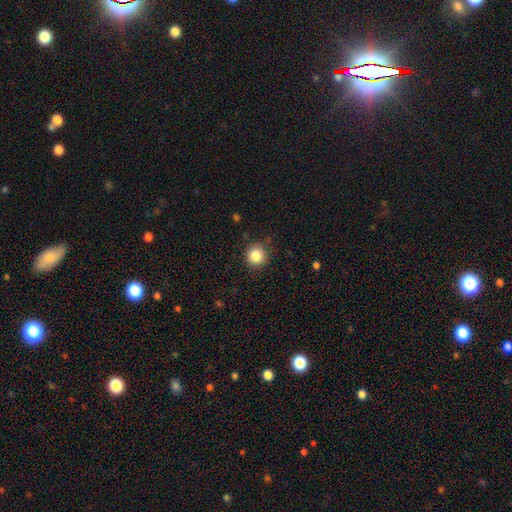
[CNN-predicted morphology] Overall: smooth (85%). How rounded: round (93%). Merging: none (86%).